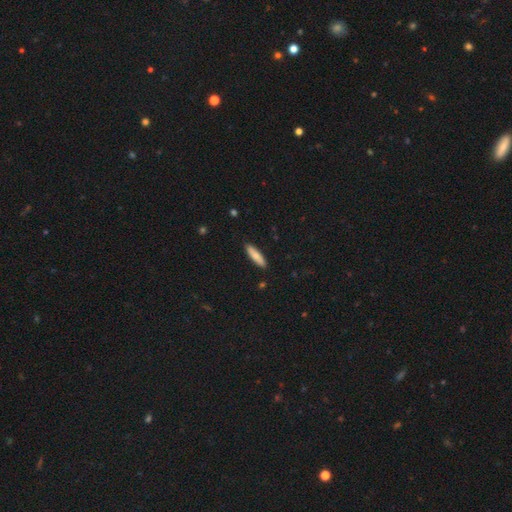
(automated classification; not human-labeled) smooth-or-featured: smooth: 80% | featured or disk: 14% | star or artifact: 6%
  how-rounded: cigar-shaped: 71% | in between: 27% | round: 2%
  merging: none: 89% | minor disturbance: 8% | major disturbance: 2% | merger: 1%